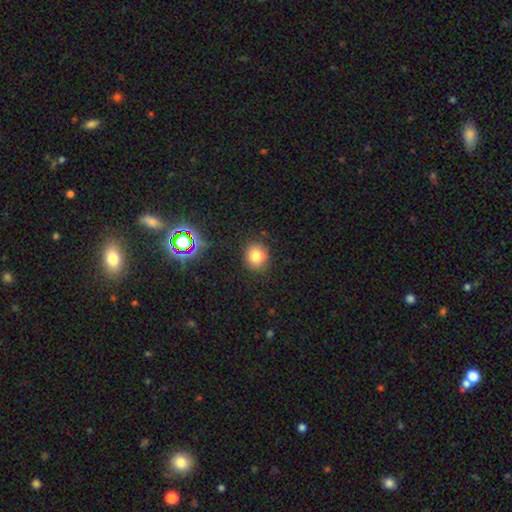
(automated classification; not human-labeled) This is likely a smooth galaxy (79%). How rounded: clearly round (82%). Merging: clearly none (86%).